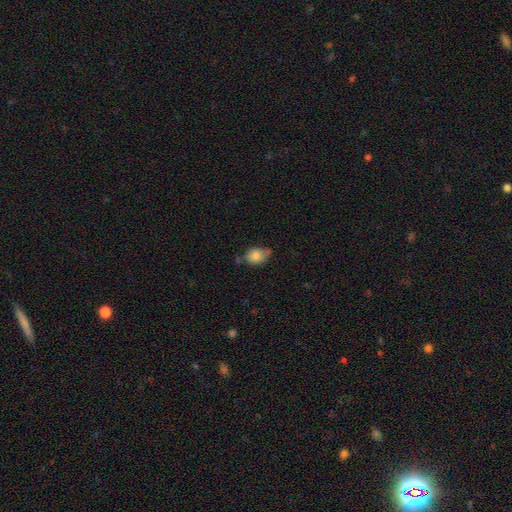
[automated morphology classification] Smooth or featured? Predicted: smooth (p=0.81). How rounded? Predicted: in between (p=0.70). Merging? Predicted: none (p=0.45).